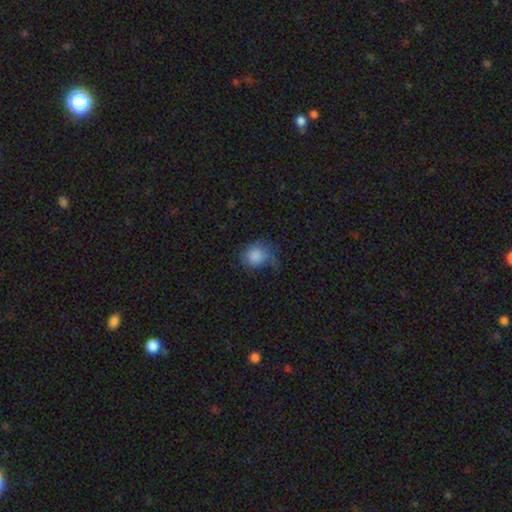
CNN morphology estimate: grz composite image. It shows a smooth galaxy with no disk features (82%) that is round (68%). Merging: none (37%).